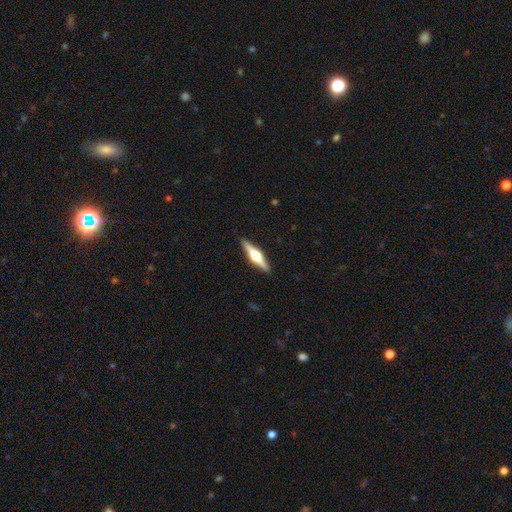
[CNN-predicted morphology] Overall: featured or disk (72%). Edge-on disk: yes (98%). Edge-on bulge: rounded (94%). Merging: none (91%).